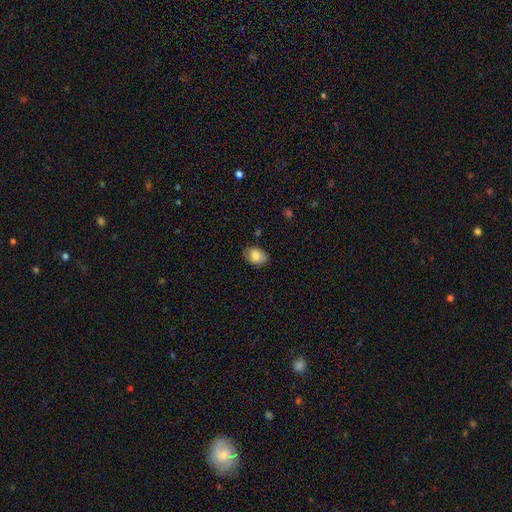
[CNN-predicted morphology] A smooth galaxy with no disk features (82%) that is in between round and cigar-shaped (75%).

Vote fractions:
- Smooth or featured? smooth: 82% / featured or disk: 11% / star or artifact: 8%
- How rounded? in between: 75% / round: 24% / cigar-shaped: 1%
- Merging? none: 73% / minor disturbance: 21% / major disturbance: 4% / merger: 2%